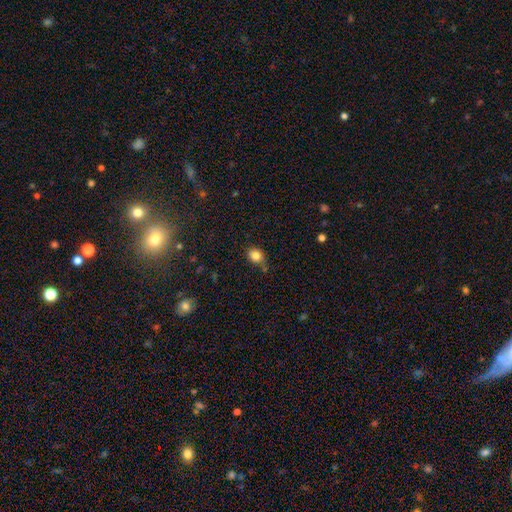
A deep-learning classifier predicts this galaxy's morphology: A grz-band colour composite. It shows a smooth galaxy with no disk features (84%) that is round (62%). Merging: none (65%).